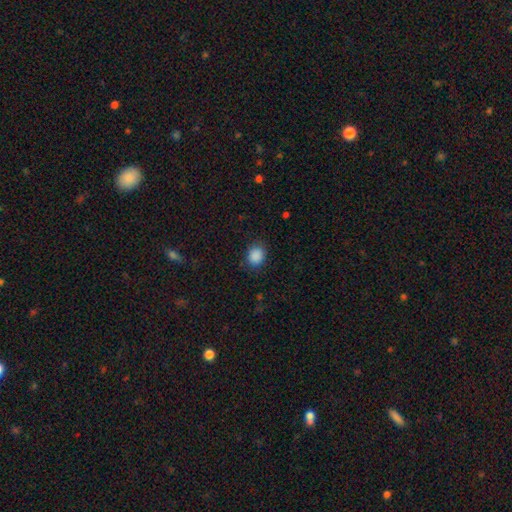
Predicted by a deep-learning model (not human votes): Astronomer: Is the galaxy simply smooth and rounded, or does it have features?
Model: smooth — 88%.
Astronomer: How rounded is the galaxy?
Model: round — 61% (runner-up: in between, 38%).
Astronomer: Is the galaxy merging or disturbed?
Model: none — 84%.